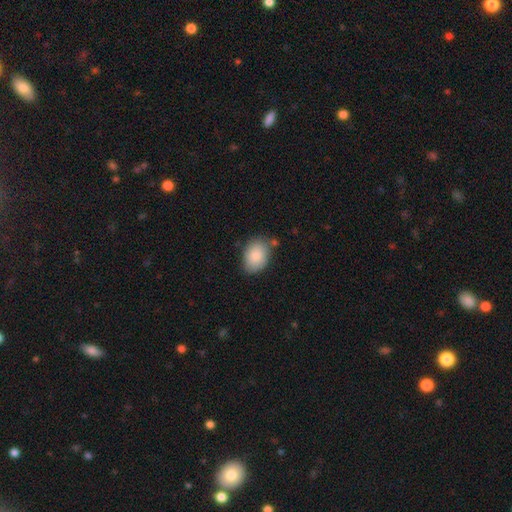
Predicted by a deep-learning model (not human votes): Smooth or featured?
  - smooth: 88% *
  - featured or disk: 6%
  - star or artifact: 6%
How rounded?
  - in between: 82% *
  - round: 17%
  - cigar-shaped: 1%
Merging?
  - none: 71% *
  - minor disturbance: 20%
  - merger: 5%
  - major disturbance: 4%